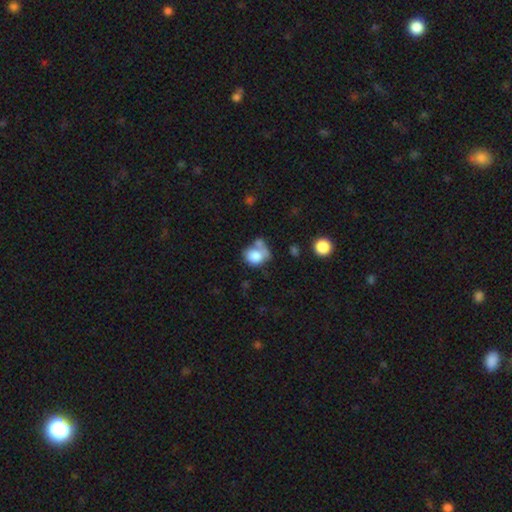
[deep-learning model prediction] A smooth galaxy with no disk features (77%) that is round (53%). Merging: merger (38%).